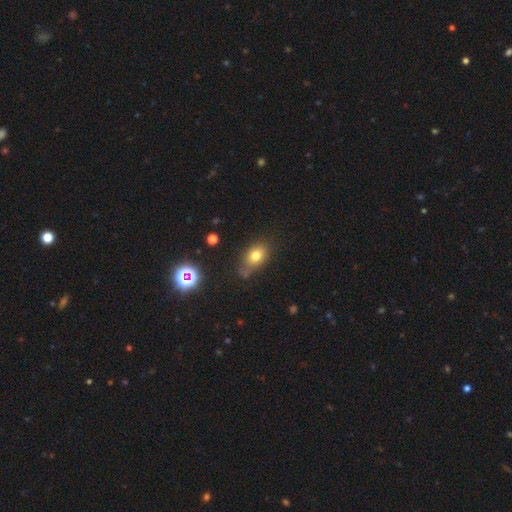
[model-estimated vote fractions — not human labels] Smooth or featured?
  - smooth: 74% *
  - star or artifact: 14%
  - featured or disk: 12%
How rounded?
  - in between: 73% *
  - round: 25%
  - cigar-shaped: 2%
Merging?
  - none: 62% *
  - minor disturbance: 24%
  - major disturbance: 7%
  - merger: 6%